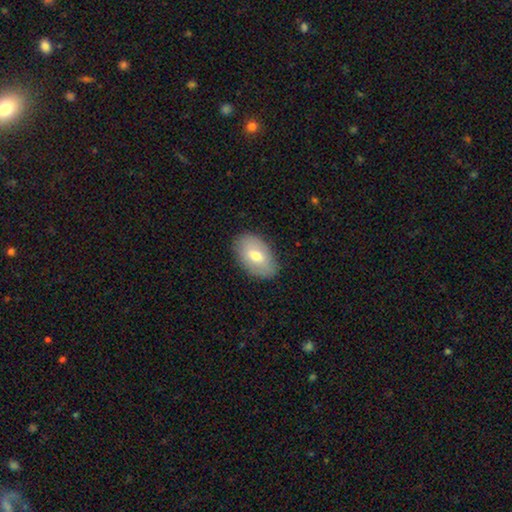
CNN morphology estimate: This appears to be a smooth galaxy with no disk features (67%) that is in between round and cigar-shaped (92%). Merging: none (84%).